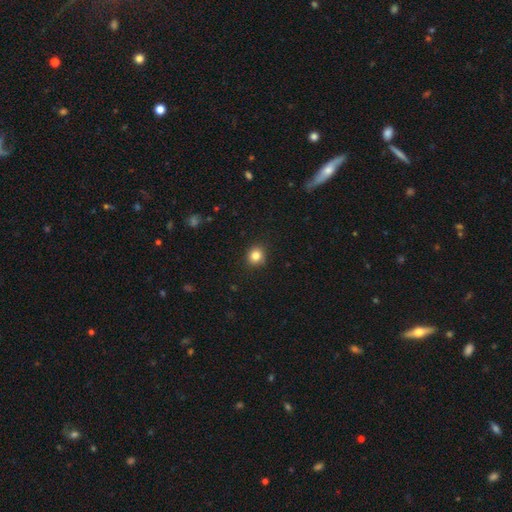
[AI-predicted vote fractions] Smooth or featured?
  - smooth: 84% *
  - star or artifact: 11%
  - featured or disk: 5%
How rounded?
  - round: 84% *
  - in between: 15%
  - cigar-shaped: 1%
Merging?
  - none: 90% *
  - minor disturbance: 7%
  - major disturbance: 2%
  - merger: 1%